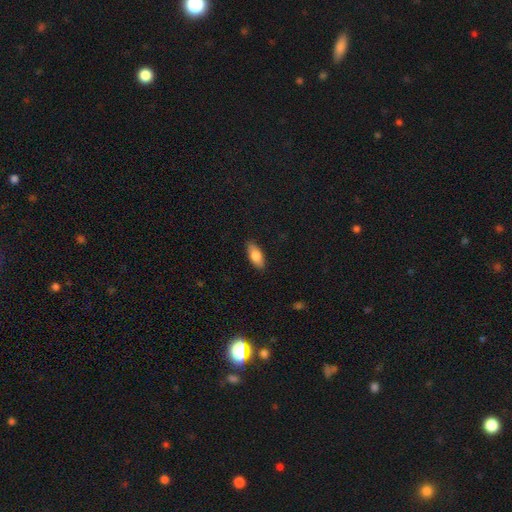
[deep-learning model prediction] This appears to be a smooth galaxy with no disk features (79%) that is in between round and cigar-shaped (84%). Merging: none (88%).